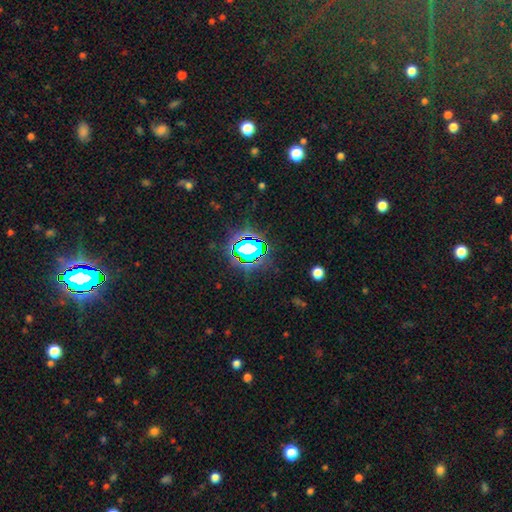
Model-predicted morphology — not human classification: Smooth or featured?
  - star or artifact: 82% *
  - smooth: 11%
  - featured or disk: 7%